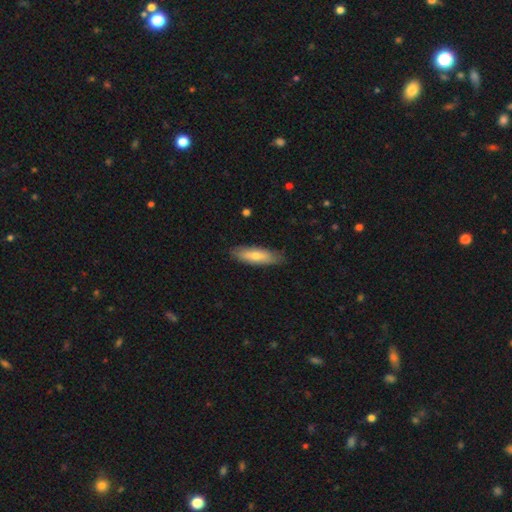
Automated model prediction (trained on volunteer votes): smooth_or_featured: smooth (p=0.66) [alt: featured or disk p=0.28]
how_rounded: in between (p=0.50) [alt: cigar-shaped p=0.48]
merging: none (p=0.82) [alt: minor disturbance p=0.15]